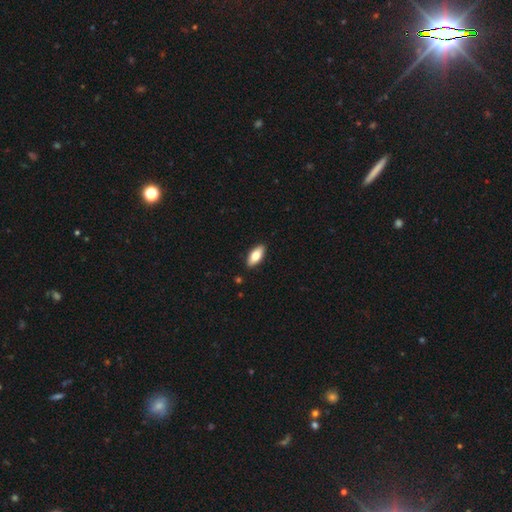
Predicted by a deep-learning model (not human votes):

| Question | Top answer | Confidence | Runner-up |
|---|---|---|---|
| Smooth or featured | smooth | 74% | featured or disk (20%) |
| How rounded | in between | 85% | cigar-shaped (13%) |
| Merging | none | 90% | minor disturbance (7%) |